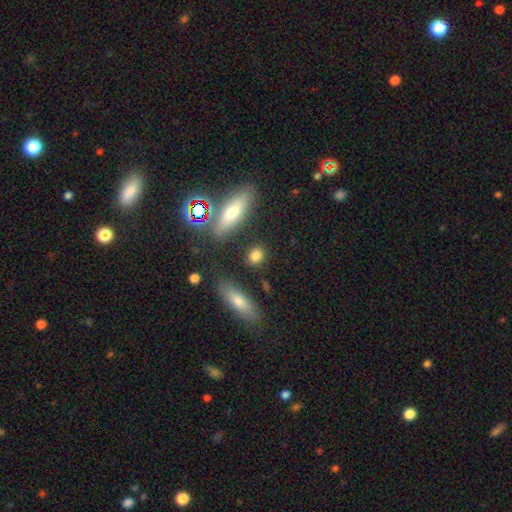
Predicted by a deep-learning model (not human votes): Smooth or featured? smooth (82%)
How rounded? round (66%)
Merging? none (82%)